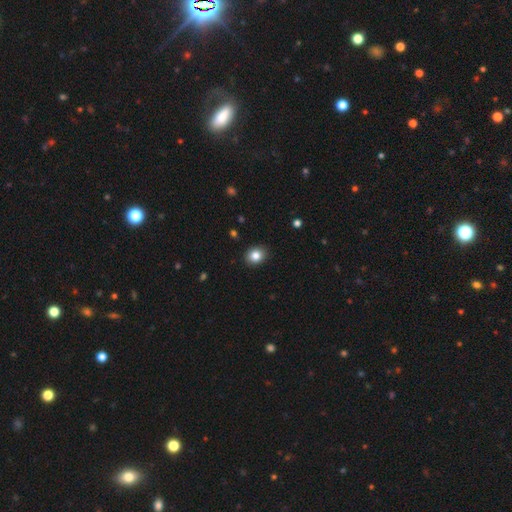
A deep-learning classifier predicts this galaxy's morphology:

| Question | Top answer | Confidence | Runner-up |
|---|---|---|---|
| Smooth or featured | smooth | 84% | star or artifact (10%) |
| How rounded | round | 60% | in between (40%) |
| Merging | none | 90% | minor disturbance (7%) |